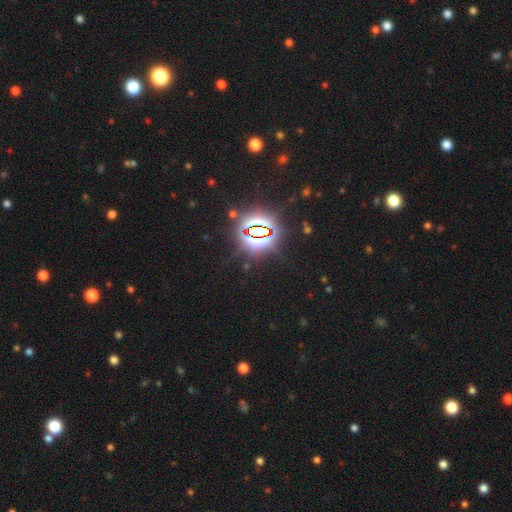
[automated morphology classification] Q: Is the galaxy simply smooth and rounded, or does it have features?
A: star or artifact — 83%.